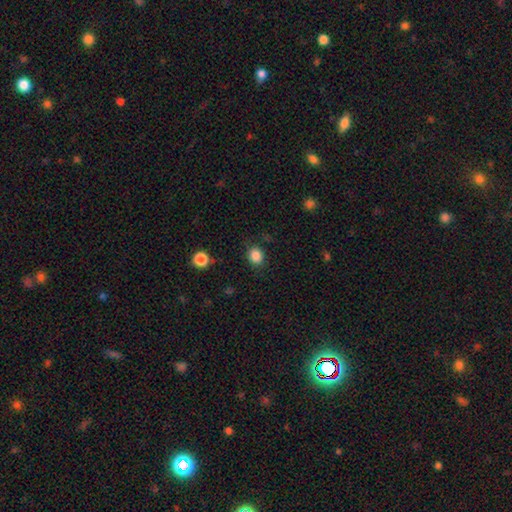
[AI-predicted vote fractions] smooth-or-featured: smooth: 85% | star or artifact: 11% | featured or disk: 4%
  how-rounded: round: 70% | in between: 30% | cigar-shaped: 1%
  merging: none: 84% | minor disturbance: 11% | major disturbance: 3% | merger: 2%